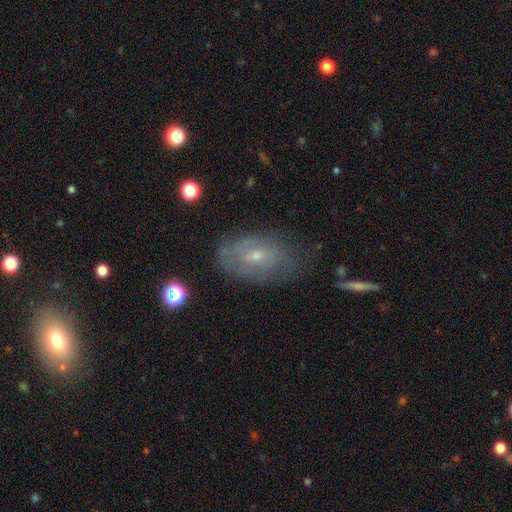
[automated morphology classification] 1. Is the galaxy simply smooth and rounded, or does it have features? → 57% featured or disk, 34% smooth, 9% star or artifact.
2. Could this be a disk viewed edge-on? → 93% no, 7% yes.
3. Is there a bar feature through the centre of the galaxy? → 65% no, 30% weak, 5% strong.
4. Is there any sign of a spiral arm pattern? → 64% yes, 36% no.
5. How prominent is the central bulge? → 69% small, 26% moderate, 2% none, 1% large, 1% dominant.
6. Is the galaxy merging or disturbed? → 61% none, 25% minor disturbance, 11% major disturbance, 2% merger.